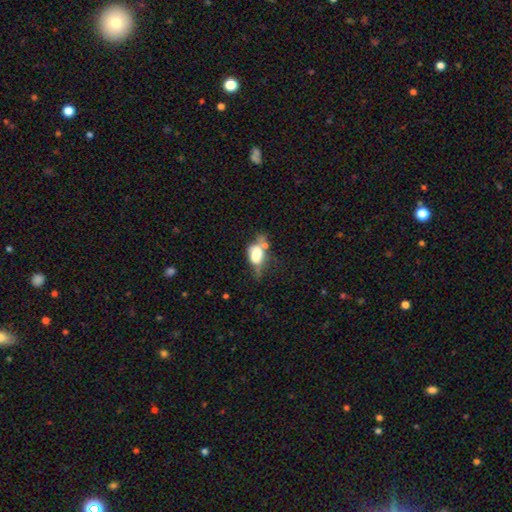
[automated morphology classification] Smooth or featured? Predicted: smooth (p=0.56). How rounded? Predicted: in between (p=0.79). Merging? Predicted: merger (p=0.30).